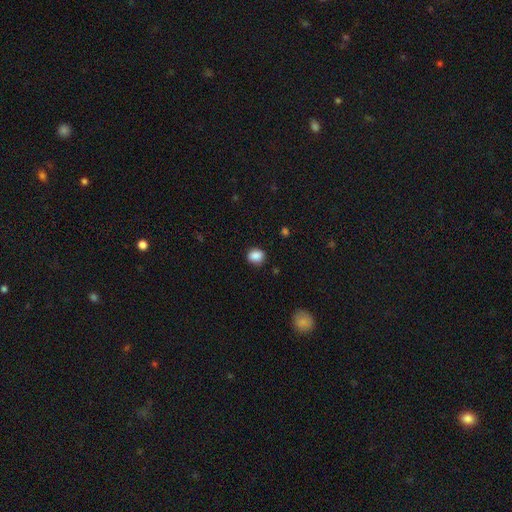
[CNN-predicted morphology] This appears to be a smooth galaxy with no disk features (87%) that is round (57%). Merging: none (85%).